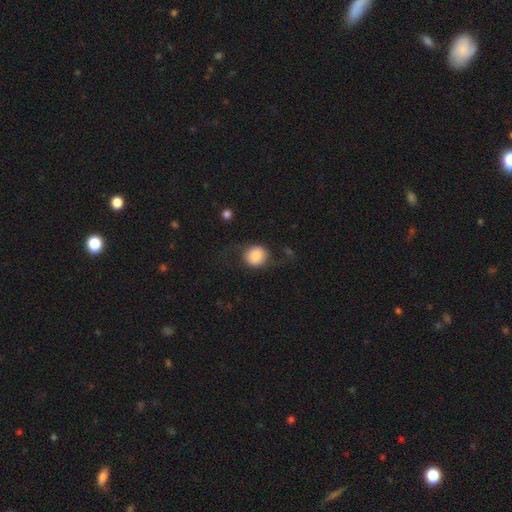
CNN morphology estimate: smooth-or-featured: smooth: 75% | featured or disk: 17% | star or artifact: 8%
  how-rounded: round: 81% | in between: 18% | cigar-shaped: 1%
  merging: none: 64% | minor disturbance: 18% | major disturbance: 16% | merger: 2%